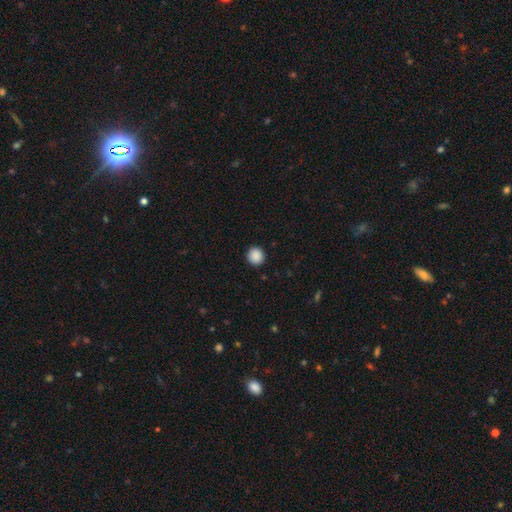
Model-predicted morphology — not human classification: Q: Smooth or featured?
A: smooth (89%); runner-up: star or artifact (9%)
Q: How rounded?
A: round (92%); runner-up: in between (7%)
Q: Merging?
A: none (92%); runner-up: minor disturbance (5%)